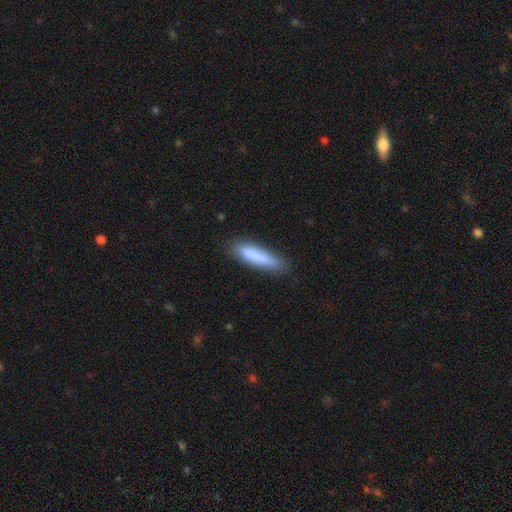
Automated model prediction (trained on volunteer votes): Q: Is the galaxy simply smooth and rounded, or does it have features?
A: smooth — 84%.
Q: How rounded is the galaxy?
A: cigar-shaped — 78%.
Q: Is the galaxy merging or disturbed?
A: none — 82%.